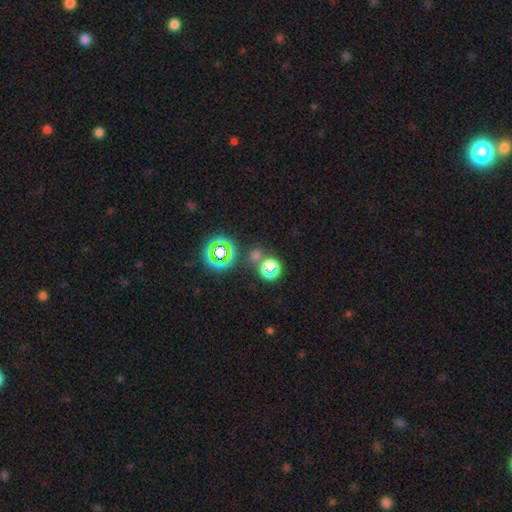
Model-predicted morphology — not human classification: This is possibly a star or artifact rather than a galaxy (46%).